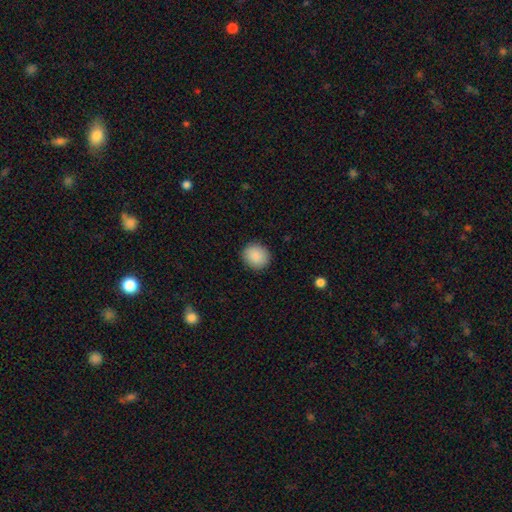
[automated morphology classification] Overall: smooth (90%). How rounded: round (83%). Merging: none (90%).